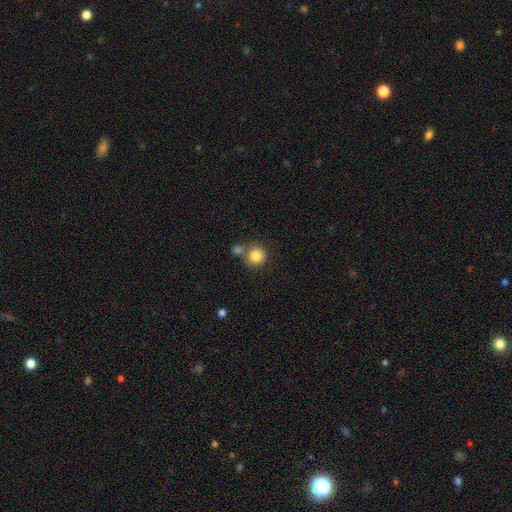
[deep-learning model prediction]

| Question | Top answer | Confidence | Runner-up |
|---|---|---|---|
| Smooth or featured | smooth | 84% | star or artifact (9%) |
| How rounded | round | 92% | in between (7%) |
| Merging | none | 62% | merger (25%) |